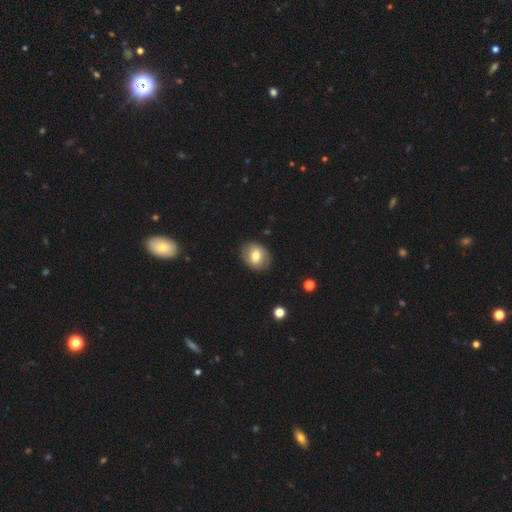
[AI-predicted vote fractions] Q: Smooth or featured?
A: smooth (67%); runner-up: featured or disk (25%)
Q: How rounded?
A: round (50%); runner-up: in between (49%)
Q: Merging?
A: none (83%); runner-up: minor disturbance (13%)